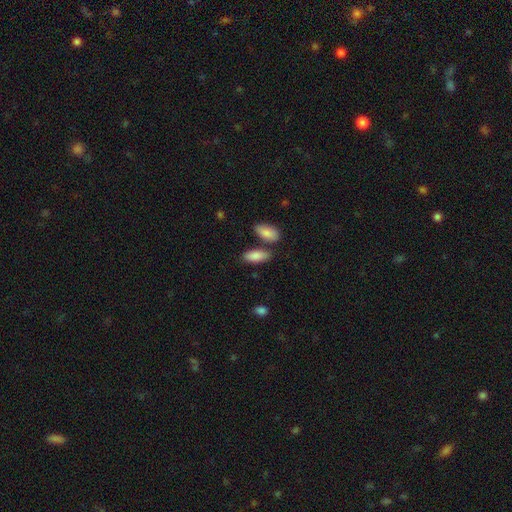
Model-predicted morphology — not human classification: Q: Smooth or featured?
A: smooth (87%); runner-up: featured or disk (7%)
Q: How rounded?
A: in between (83%); runner-up: cigar-shaped (15%)
Q: Merging?
A: none (67%); runner-up: merger (16%)